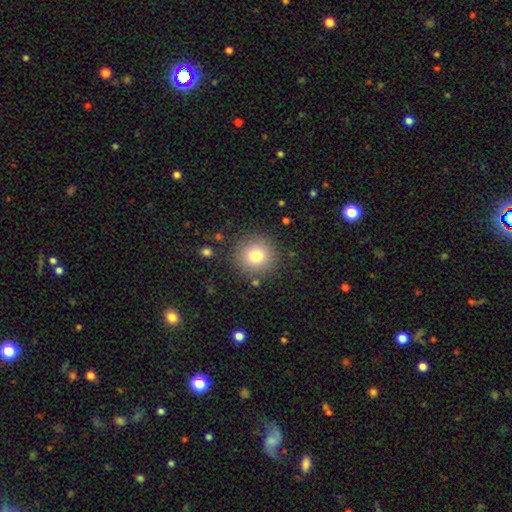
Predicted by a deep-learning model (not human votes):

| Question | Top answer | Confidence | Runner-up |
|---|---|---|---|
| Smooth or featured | smooth | 78% | star or artifact (12%) |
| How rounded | round | 94% | in between (5%) |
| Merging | none | 87% | minor disturbance (7%) |